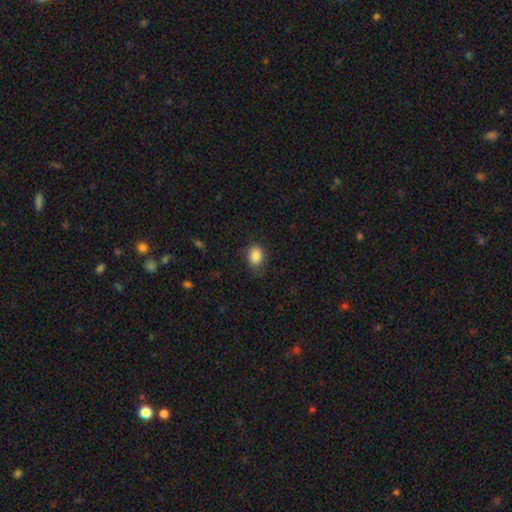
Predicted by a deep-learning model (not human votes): A smooth galaxy with no disk features (87%) that is in between round and cigar-shaped (68%). Merging: none (77%).